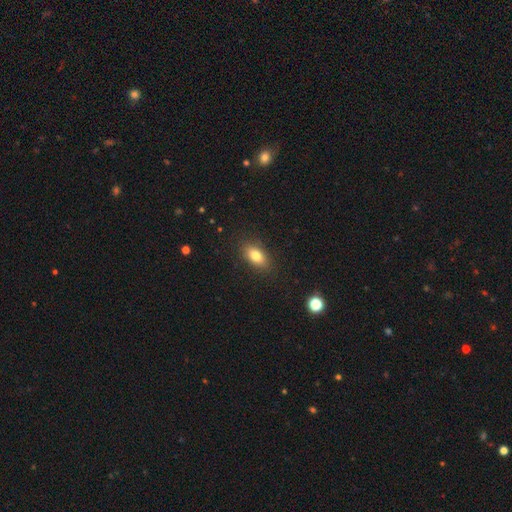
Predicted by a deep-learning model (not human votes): Q: Smooth or featured?
A: smooth (80%); runner-up: featured or disk (11%)
Q: How rounded?
A: in between (87%); runner-up: round (8%)
Q: Merging?
A: none (86%); runner-up: minor disturbance (10%)